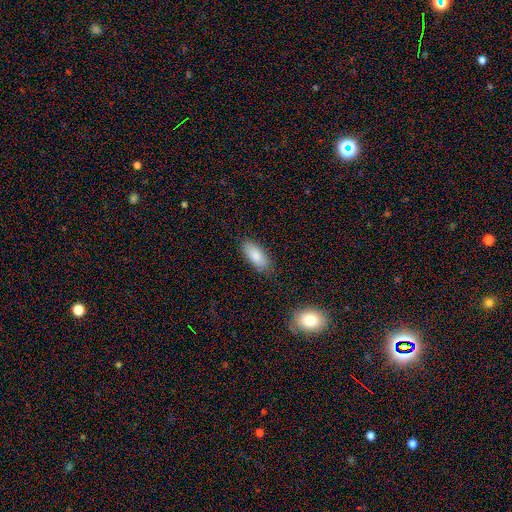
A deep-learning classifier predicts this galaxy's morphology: Q: Smooth or featured?
A: smooth (85%); runner-up: featured or disk (8%)
Q: How rounded?
A: in between (83%); runner-up: cigar-shaped (15%)
Q: Merging?
A: none (82%); runner-up: minor disturbance (13%)